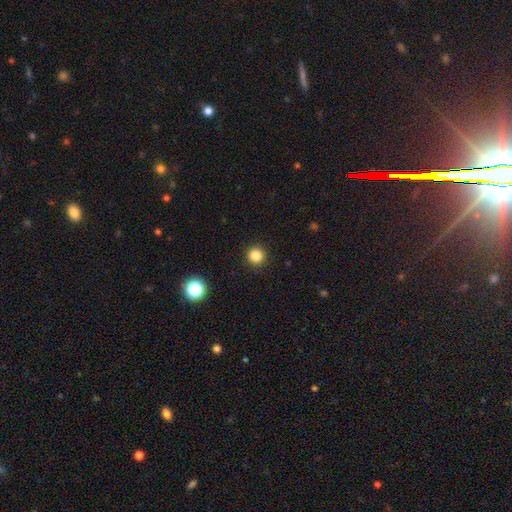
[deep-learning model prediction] smooth 83%, star or artifact 13%, featured or disk 4%. Down the decision tree: how rounded — round (94%); merging — none (92%).